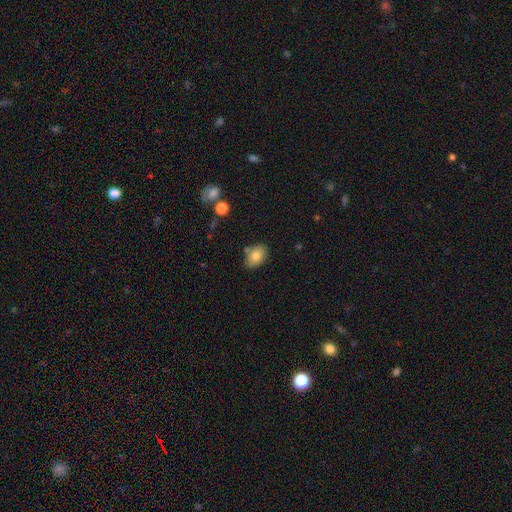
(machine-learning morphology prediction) Smooth or featured? Predicted: smooth (p=0.81). How rounded? Predicted: in between (p=0.82). Merging? Predicted: none (p=0.77).